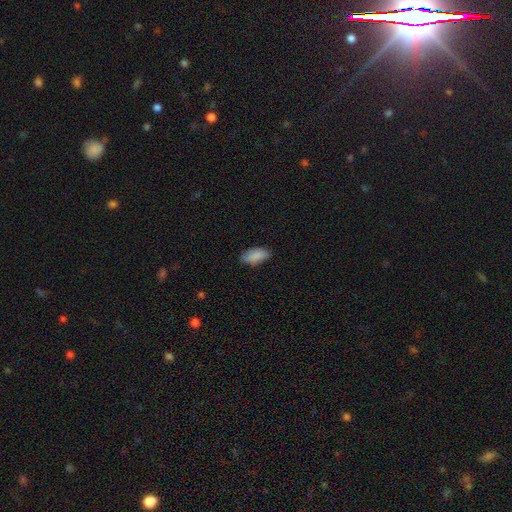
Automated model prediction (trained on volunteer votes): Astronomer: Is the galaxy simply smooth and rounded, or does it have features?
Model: smooth — 88%.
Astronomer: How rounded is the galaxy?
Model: in between — 91%.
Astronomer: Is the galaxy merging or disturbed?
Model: none — 80%.